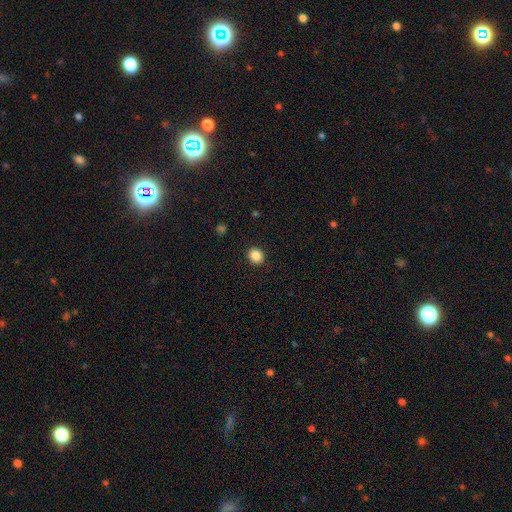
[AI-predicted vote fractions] Smooth or featured? smooth (86%)
How rounded? round (81%)
Merging? none (92%)